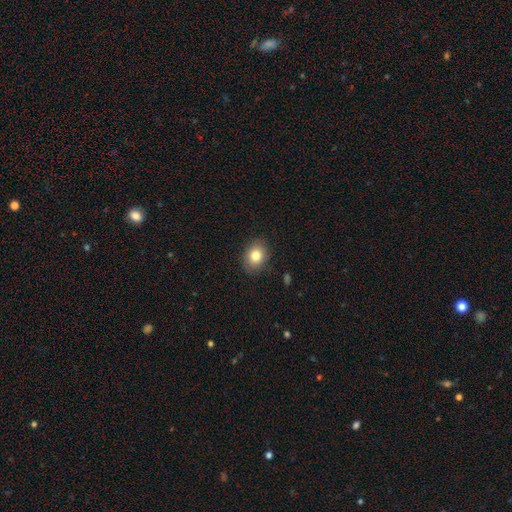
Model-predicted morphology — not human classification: smooth-or-featured: smooth: 81% | featured or disk: 10% | star or artifact: 9%
  how-rounded: in between: 55% | round: 45% | cigar-shaped: 1%
  merging: none: 86% | minor disturbance: 10% | major disturbance: 3% | merger: 1%